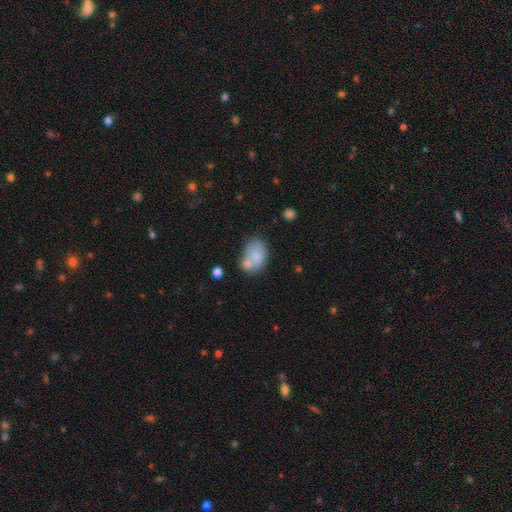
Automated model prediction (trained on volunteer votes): Smooth or featured?
  - smooth: 77% *
  - featured or disk: 15%
  - star or artifact: 8%
How rounded?
  - in between: 81% *
  - round: 18%
  - cigar-shaped: 1%
Merging?
  - none: 40% *
  - merger: 34%
  - minor disturbance: 18%
  - major disturbance: 8%